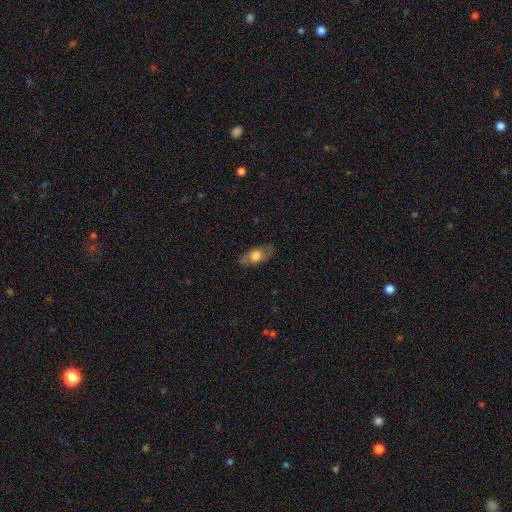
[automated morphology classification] This appears to be a smooth galaxy with no disk features (56%) that is in between round and cigar-shaped (84%). Merging: none (79%).